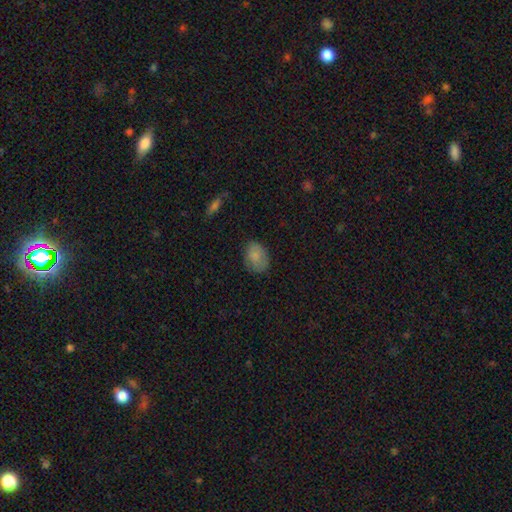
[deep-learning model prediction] The model was most divided on "how rounded": in between: 71%, round: 28%, cigar-shaped: 1%. More confident: smooth or featured — smooth (83%); merging — none (76%).